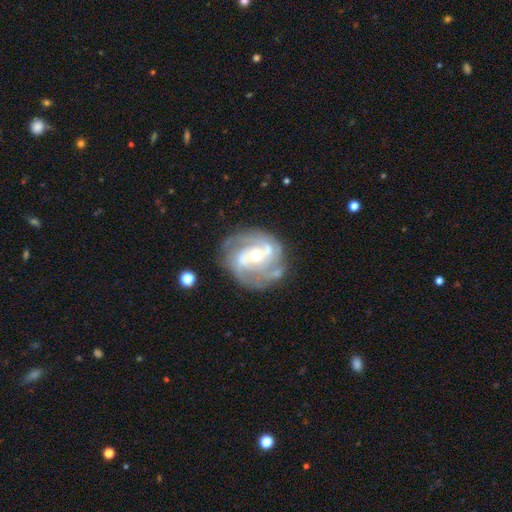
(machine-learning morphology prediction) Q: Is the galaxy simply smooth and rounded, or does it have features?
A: featured or disk — 87%.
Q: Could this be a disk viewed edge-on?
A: no — 97%.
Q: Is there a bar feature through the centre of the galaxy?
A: no — 43%.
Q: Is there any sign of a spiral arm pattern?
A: yes — 95%.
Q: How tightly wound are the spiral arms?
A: medium — 44%.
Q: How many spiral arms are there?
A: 2 — 48%.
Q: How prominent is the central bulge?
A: moderate — 58%.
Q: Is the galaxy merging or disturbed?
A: none — 70%.